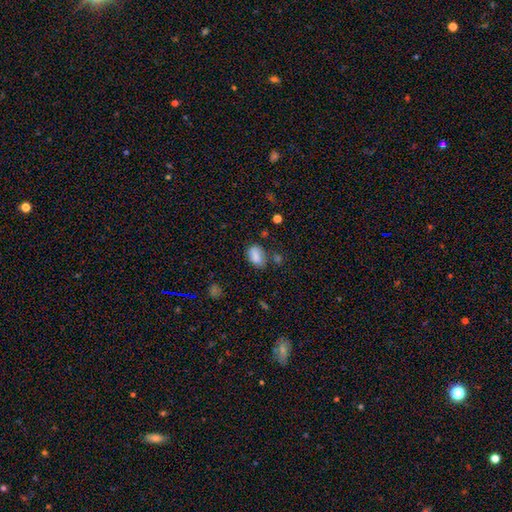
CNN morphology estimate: This is clearly a smooth galaxy (82%). How rounded: clearly in between (87%). Merging: possibly none (60%).